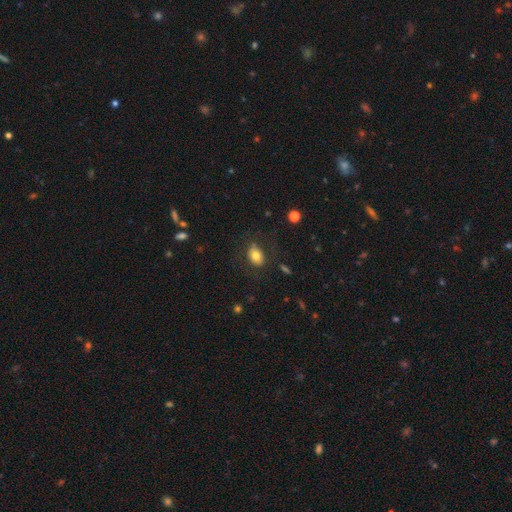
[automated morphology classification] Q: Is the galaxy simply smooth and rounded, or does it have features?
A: smooth — 77%.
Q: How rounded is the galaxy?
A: in between — 82%.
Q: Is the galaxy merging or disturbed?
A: none — 78%.